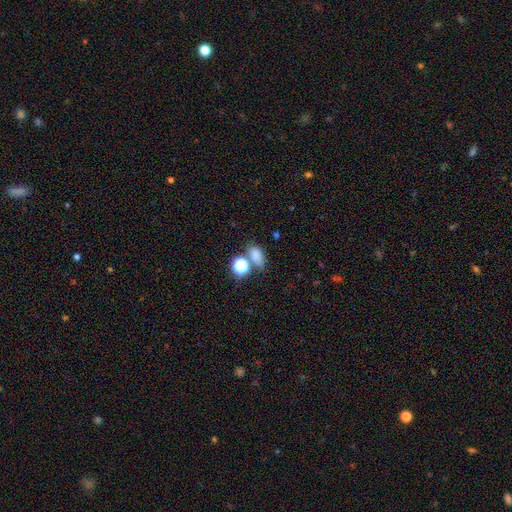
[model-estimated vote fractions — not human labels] smooth-or-featured: smooth: 74% | star or artifact: 19% | featured or disk: 7%
  how-rounded: in between: 71% | round: 27% | cigar-shaped: 3%
  merging: none: 57% | merger: 23% | minor disturbance: 14% | major disturbance: 6%